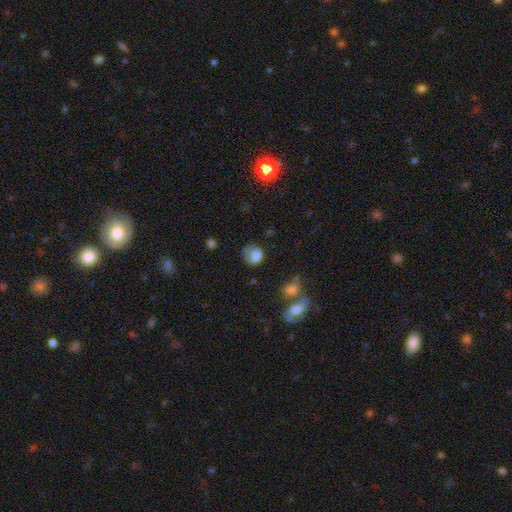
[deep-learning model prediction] smooth_or_featured: smooth (p=0.77) [alt: featured or disk p=0.13]
how_rounded: round (p=0.60) [alt: in between p=0.39]
merging: none (p=0.44) [alt: minor disturbance p=0.31]